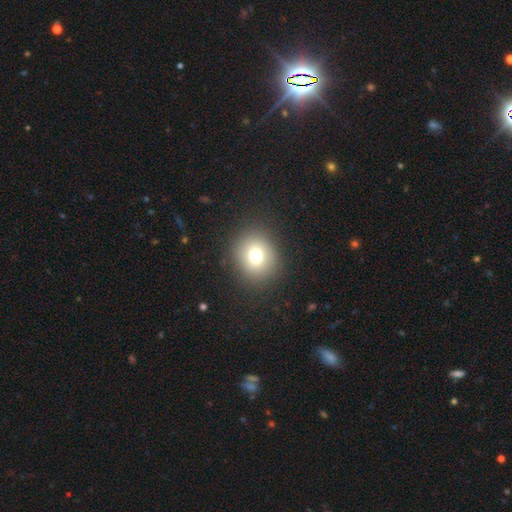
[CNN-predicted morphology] The model was most divided on "smooth or featured": smooth: 74%, star or artifact: 14%, featured or disk: 12%. More confident: merging — none (88%); how rounded — round (80%).